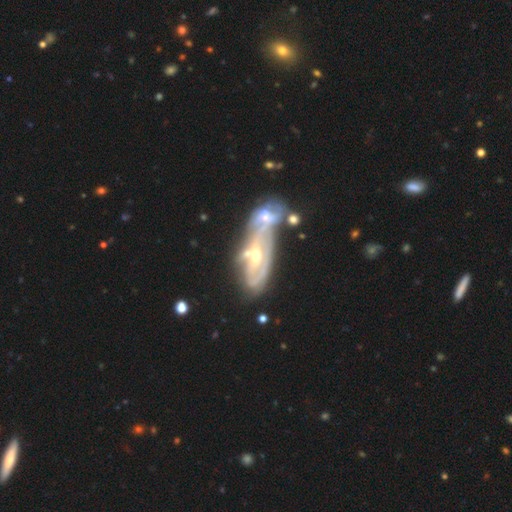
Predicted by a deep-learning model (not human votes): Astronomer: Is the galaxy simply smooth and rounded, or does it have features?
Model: featured or disk — 81%.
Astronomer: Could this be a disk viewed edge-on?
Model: no — 89%.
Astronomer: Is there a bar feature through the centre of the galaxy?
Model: no — 52% (runner-up: weak, 32%).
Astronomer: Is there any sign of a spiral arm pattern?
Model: yes — 74%.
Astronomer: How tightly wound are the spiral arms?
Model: tight — 45% (runner-up: medium, 34%).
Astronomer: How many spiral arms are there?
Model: can't tell — 44% (runner-up: 2, 38%).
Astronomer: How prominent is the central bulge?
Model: moderate — 58% (runner-up: small, 36%).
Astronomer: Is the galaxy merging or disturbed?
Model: merger — 64%.